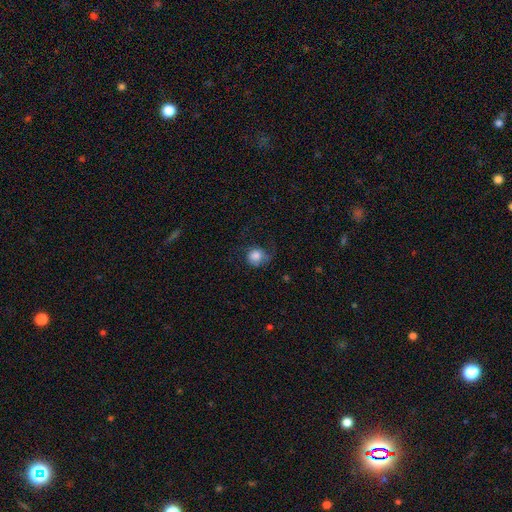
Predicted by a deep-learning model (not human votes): Smooth or featured: smooth — 77% (featured or disk — 14%)
How rounded: round — 74% (in between — 25%)
Merging: none — 45% (minor disturbance — 27%)